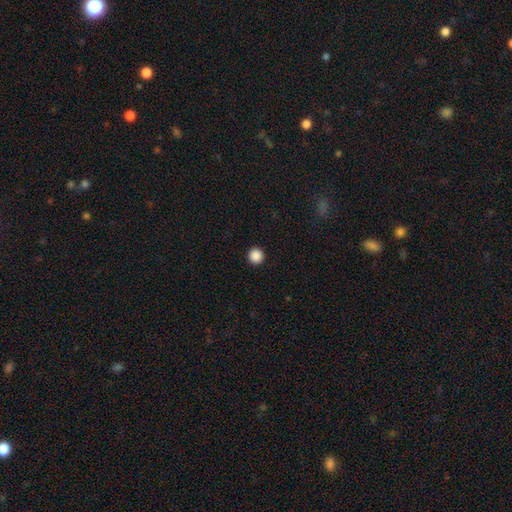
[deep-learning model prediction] Smooth or featured?
  - smooth: 88% *
  - star or artifact: 10%
  - featured or disk: 2%
How rounded?
  - round: 96% *
  - in between: 3%
  - cigar-shaped: 1%
Merging?
  - none: 94% *
  - minor disturbance: 4%
  - major disturbance: 2%
  - merger: 1%